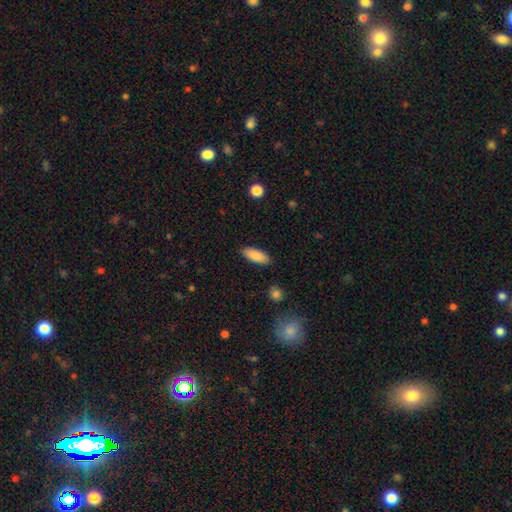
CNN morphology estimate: smooth-or-featured: smooth: 86% | featured or disk: 7% | star or artifact: 7%
  how-rounded: in between: 74% | cigar-shaped: 24% | round: 2%
  merging: none: 88% | minor disturbance: 8% | major disturbance: 2% | merger: 1%